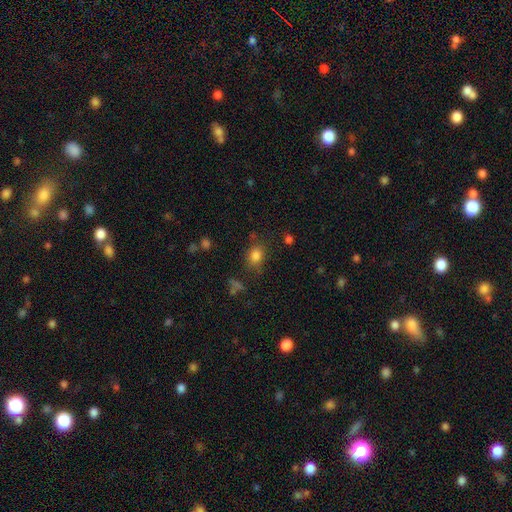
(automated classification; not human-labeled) smooth_or_featured: smooth (p=0.81) [alt: star or artifact p=0.13]
how_rounded: in between (p=0.50) [alt: round p=0.49]
merging: none (p=0.72) [alt: minor disturbance p=0.17]